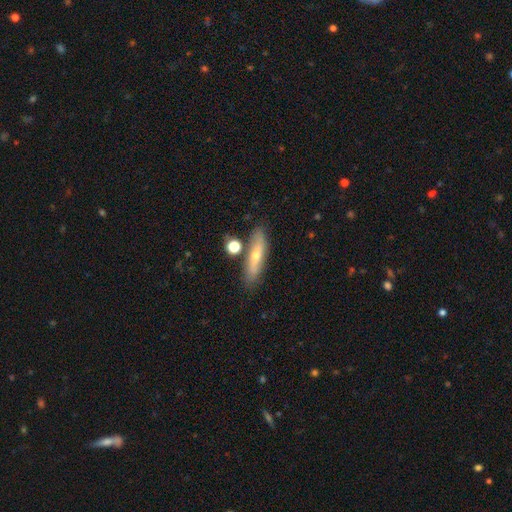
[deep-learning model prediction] smooth_or_featured: smooth (p=0.51) [alt: featured or disk p=0.41]
how_rounded: cigar-shaped (p=0.73) [alt: in between p=0.24]
merging: none (p=0.76) [alt: minor disturbance p=0.13]